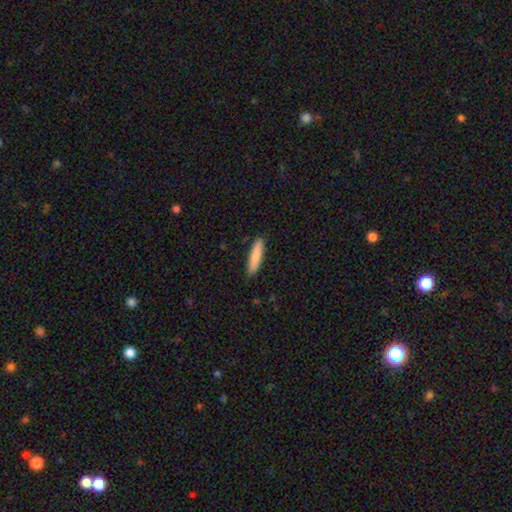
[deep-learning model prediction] Q: Smooth or featured?
A: smooth (85%); runner-up: featured or disk (9%)
Q: How rounded?
A: cigar-shaped (79%); runner-up: in between (20%)
Q: Merging?
A: none (88%); runner-up: minor disturbance (9%)